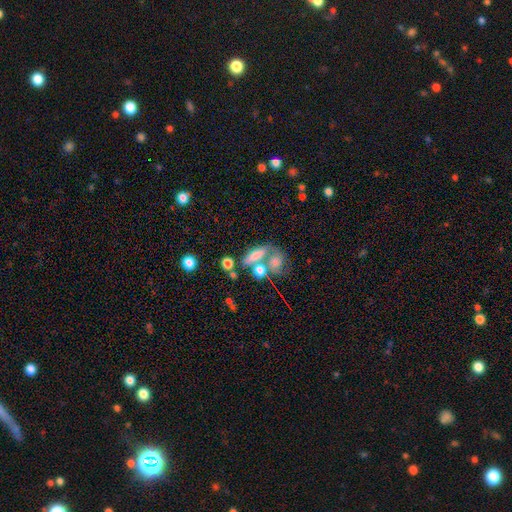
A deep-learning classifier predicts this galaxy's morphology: smooth 65%, featured or disk 25%, star or artifact 11%. Down the decision tree: how rounded — in between (49%); merging — merger (42%).